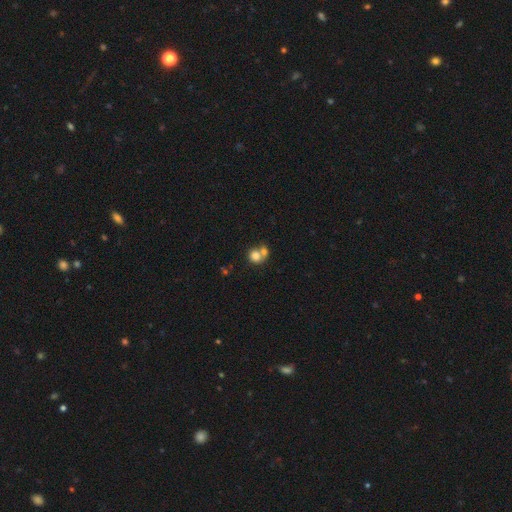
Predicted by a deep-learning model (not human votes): Q: Smooth or featured?
A: smooth (77%); runner-up: featured or disk (13%)
Q: How rounded?
A: round (73%); runner-up: in between (26%)
Q: Merging?
A: merger (54%); runner-up: none (33%)